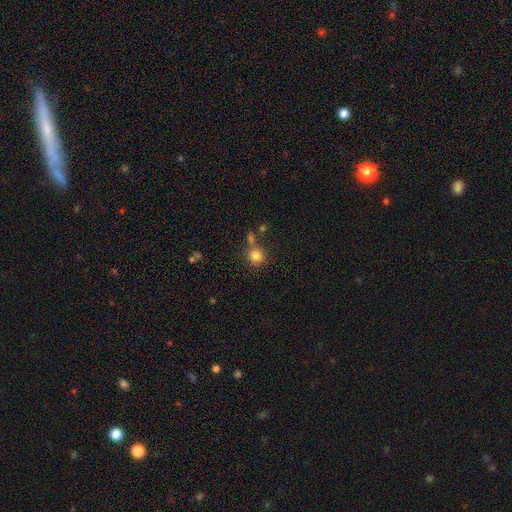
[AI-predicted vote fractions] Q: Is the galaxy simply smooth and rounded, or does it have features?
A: smooth — 82%.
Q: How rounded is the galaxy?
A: round — 90%.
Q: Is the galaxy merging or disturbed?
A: none — 66%.